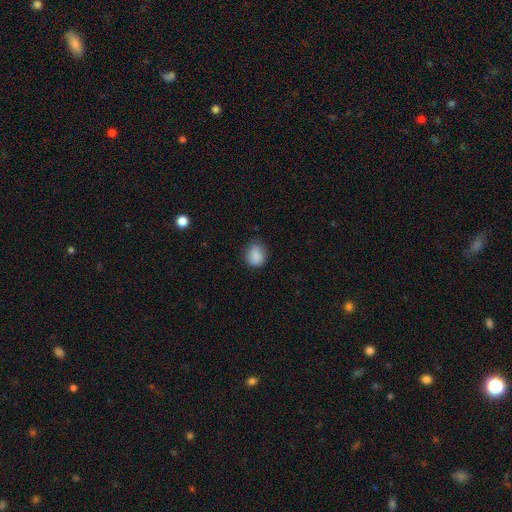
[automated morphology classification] smooth 87%, star or artifact 8%, featured or disk 4%. Down the decision tree: how rounded — round (58%); merging — none (78%).